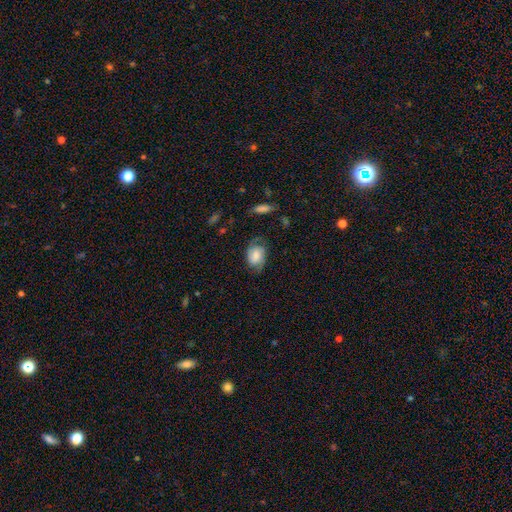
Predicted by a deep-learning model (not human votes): Overall: smooth (60%; featured or disk 32%). How rounded: in between (77%). Merging: none (61%; minor disturbance 26%).